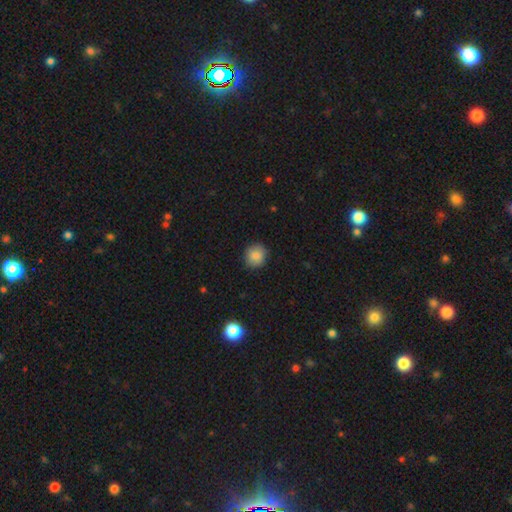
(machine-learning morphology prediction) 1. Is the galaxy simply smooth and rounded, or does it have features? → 86% smooth, 9% star or artifact, 6% featured or disk.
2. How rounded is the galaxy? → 88% round, 11% in between, 1% cigar-shaped.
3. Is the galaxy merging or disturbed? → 90% none, 7% minor disturbance, 2% major disturbance, 1% merger.